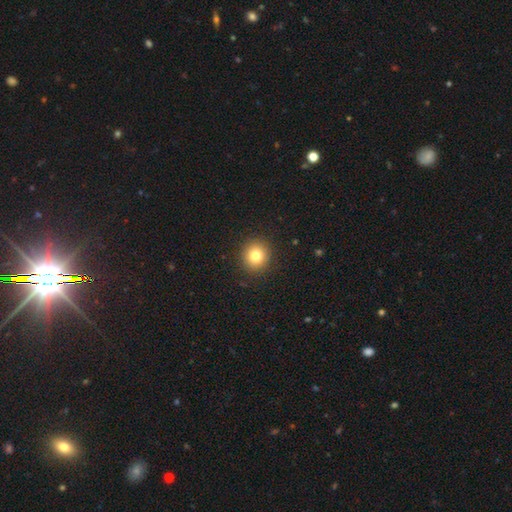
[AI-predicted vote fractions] Smooth or featured? Predicted: smooth (p=0.80). How rounded? Predicted: round (p=0.88). Merging? Predicted: none (p=0.91).